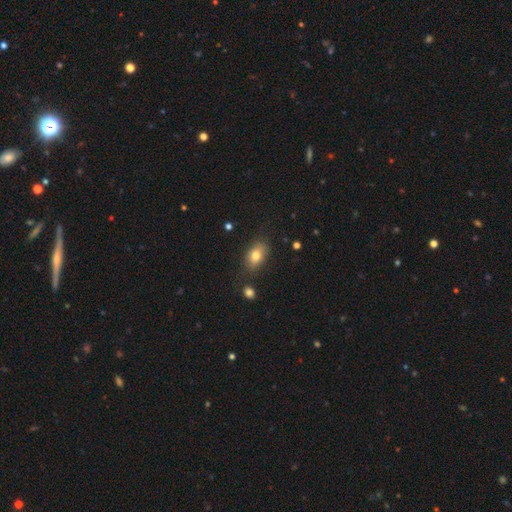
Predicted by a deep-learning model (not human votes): Q: Smooth or featured?
A: smooth (77%); runner-up: featured or disk (13%)
Q: How rounded?
A: in between (84%); runner-up: round (13%)
Q: Merging?
A: none (77%); runner-up: minor disturbance (16%)